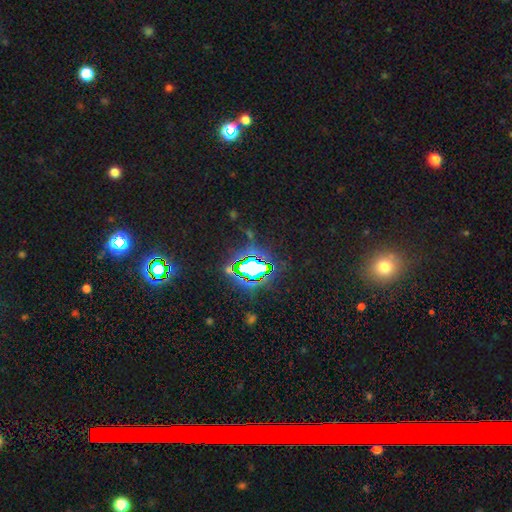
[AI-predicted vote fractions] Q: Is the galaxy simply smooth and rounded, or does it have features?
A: star or artifact — 79%.